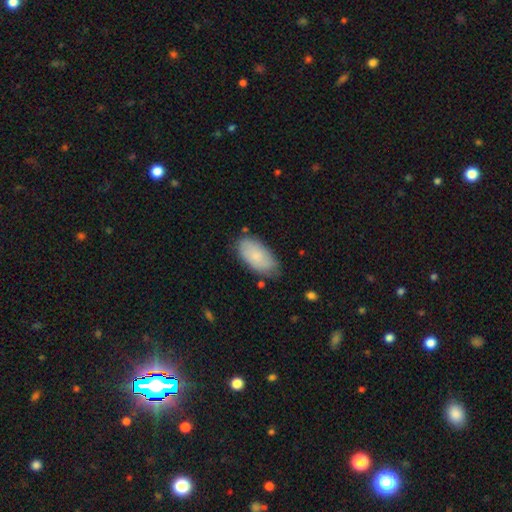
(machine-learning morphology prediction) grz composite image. It shows a smooth galaxy with no disk features (80%) that is in between round and cigar-shaped (94%). Merging: none (72%).